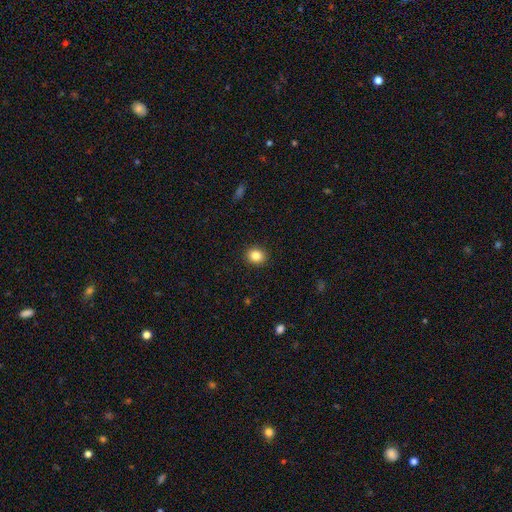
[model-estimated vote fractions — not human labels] This is clearly a smooth galaxy (85%). How rounded: likely round (70%). Merging: clearly none (91%).